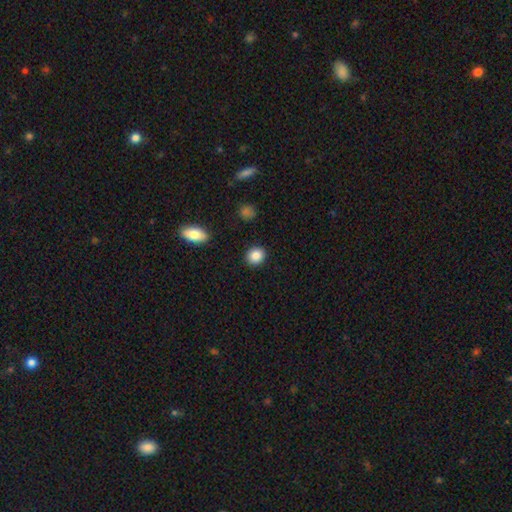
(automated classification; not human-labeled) A smooth galaxy with no disk features (87%) that is round (73%).

Vote fractions:
- Smooth or featured? smooth: 87% / star or artifact: 8% / featured or disk: 5%
- How rounded? round: 73% / in between: 26% / cigar-shaped: 1%
- Merging? none: 90% / minor disturbance: 6% / major disturbance: 2% / merger: 2%